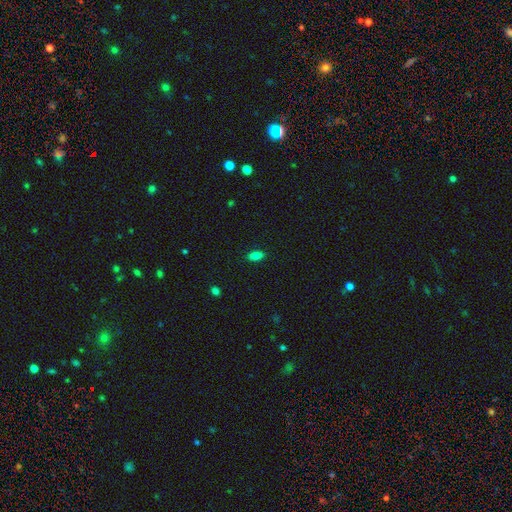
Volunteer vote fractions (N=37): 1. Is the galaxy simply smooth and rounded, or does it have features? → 92% smooth, 5% star or artifact, 3% featured or disk.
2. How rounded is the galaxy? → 94% in between, 6% round, 0% cigar-shaped.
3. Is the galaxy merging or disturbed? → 91% none, 6% merger, 3% major disturbance, 0% minor disturbance.